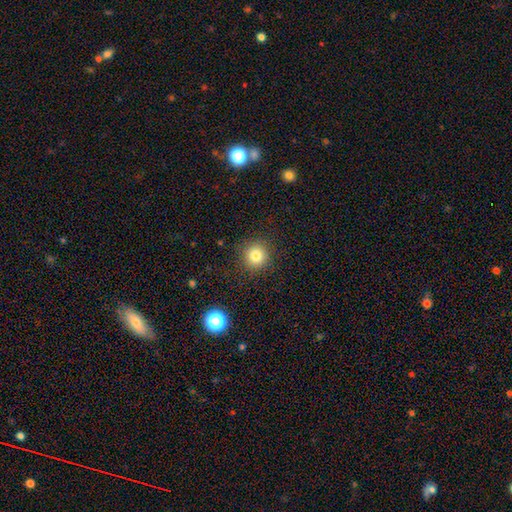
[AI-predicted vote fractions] This appears to be a smooth galaxy with no disk features (82%) that is round (93%). Merging: none (89%).